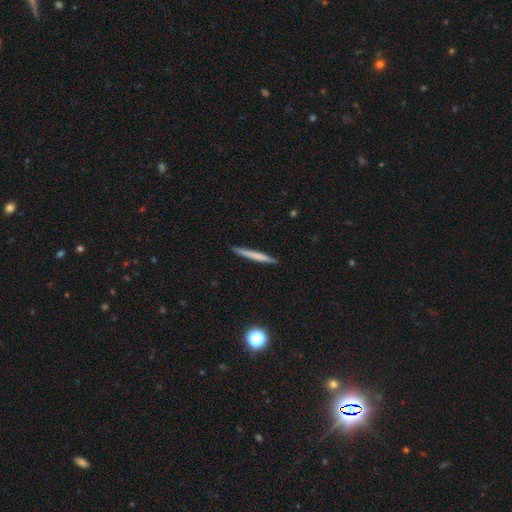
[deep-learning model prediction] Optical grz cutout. It shows a smooth galaxy with no disk features (62%) that is cigar-shaped (96%). Merging: none (90%).